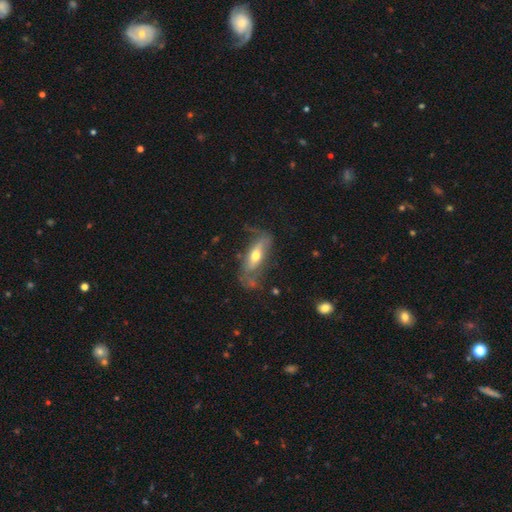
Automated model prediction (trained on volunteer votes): Smooth or featured? featured or disk (54%)
Edge-on disk? no (60%)
Merging? none (51%)